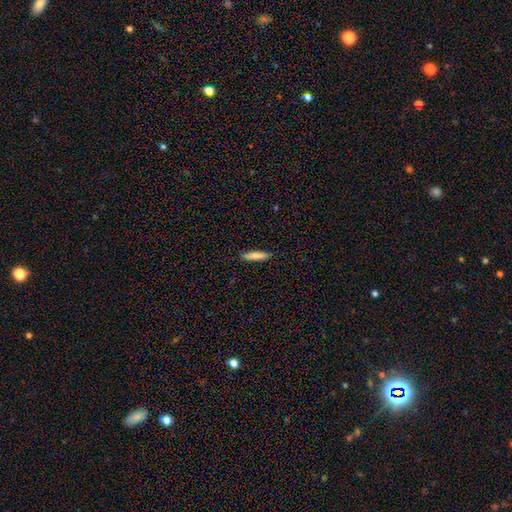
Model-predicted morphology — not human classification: type=smooth (82%); roundness=cigar-shaped (88%); merging=none (90%).